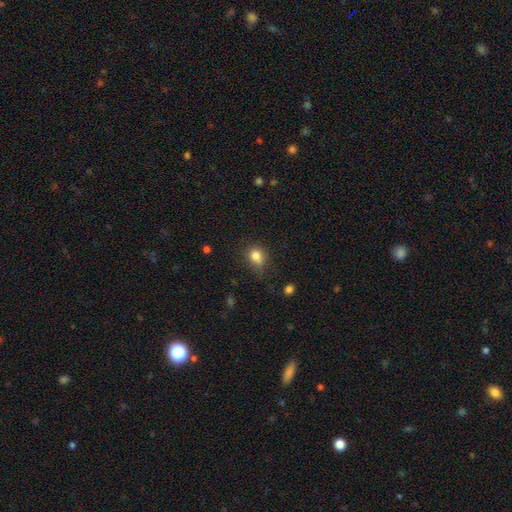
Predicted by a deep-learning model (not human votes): A smooth galaxy with no disk features (80%) that is round (60%). Merging: none (57%).